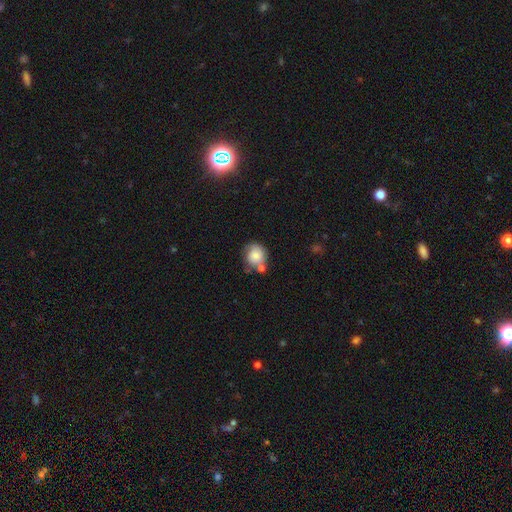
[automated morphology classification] A smooth galaxy with no disk features (71%) that is round (80%). Merging: none (51%).